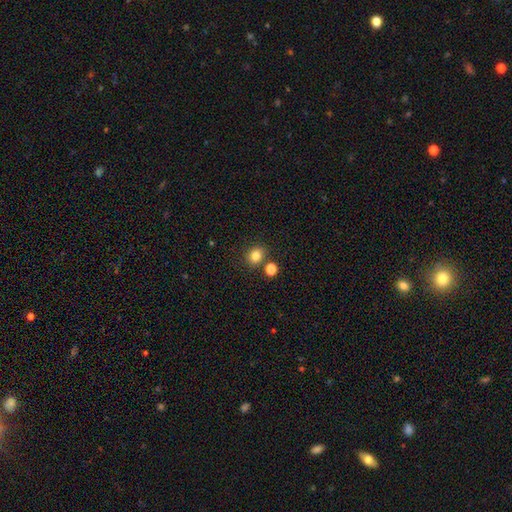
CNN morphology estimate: A smooth galaxy with no disk features (82%) that is round (67%). Merging: none (77%).